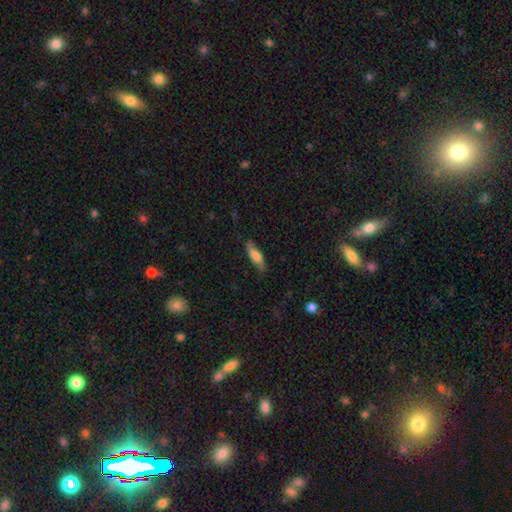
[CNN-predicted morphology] Smooth or featured? smooth (69%)
How rounded? in between (52%)
Merging? none (75%)